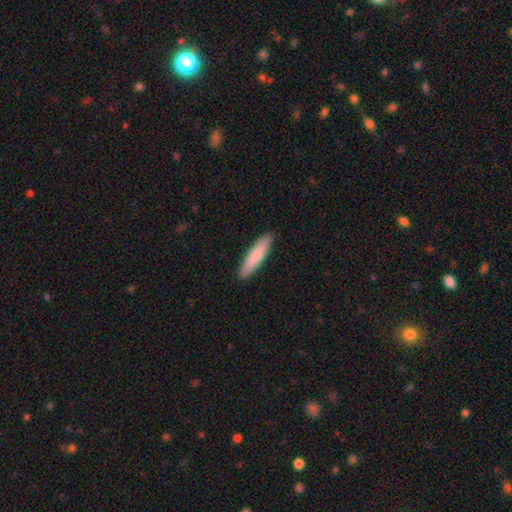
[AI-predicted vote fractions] smooth 84%, featured or disk 11%, star or artifact 5%. Down the decision tree: how rounded — cigar-shaped (79%); merging — none (91%).